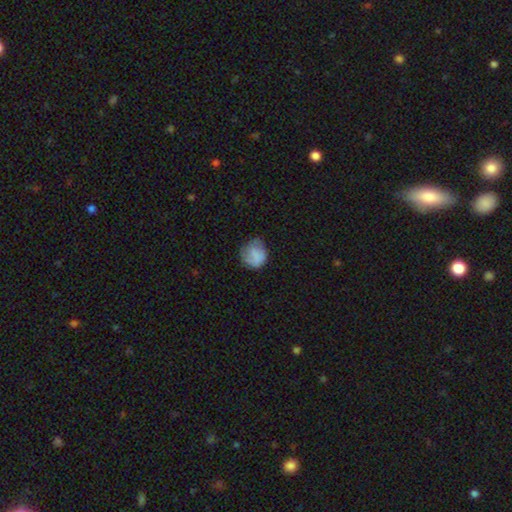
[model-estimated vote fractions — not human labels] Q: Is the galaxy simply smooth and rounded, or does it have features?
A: smooth — 73%.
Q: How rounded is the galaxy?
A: round — 75%.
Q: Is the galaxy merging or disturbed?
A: none — 55%.